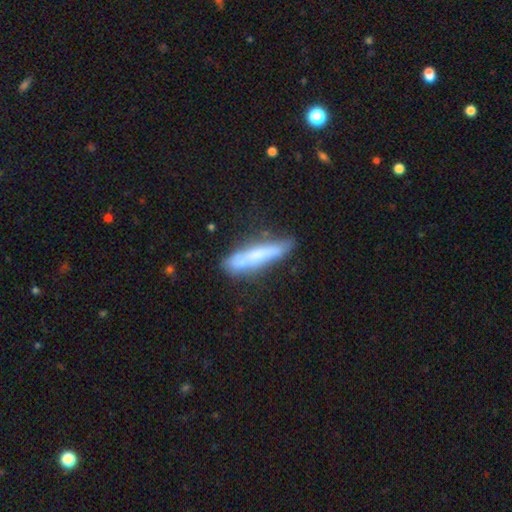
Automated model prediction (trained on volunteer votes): Overall: smooth (54%; featured or disk 38%). How rounded: cigar-shaped (85%). Merging: none (60%; minor disturbance 23%).